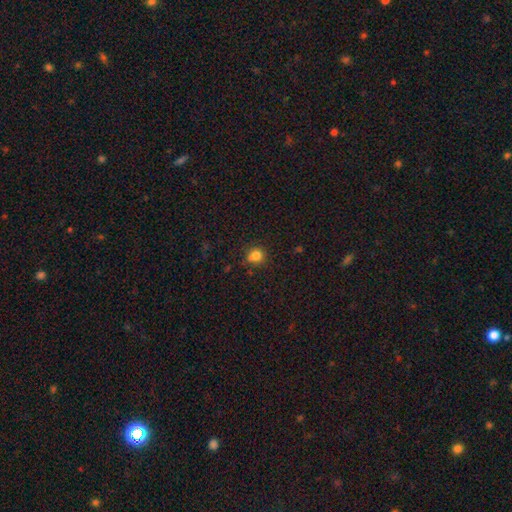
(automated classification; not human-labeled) smooth-or-featured: smooth: 82% | star or artifact: 13% | featured or disk: 5%
  how-rounded: round: 80% | in between: 19% | cigar-shaped: 1%
  merging: none: 74% | minor disturbance: 18% | major disturbance: 4% | merger: 4%